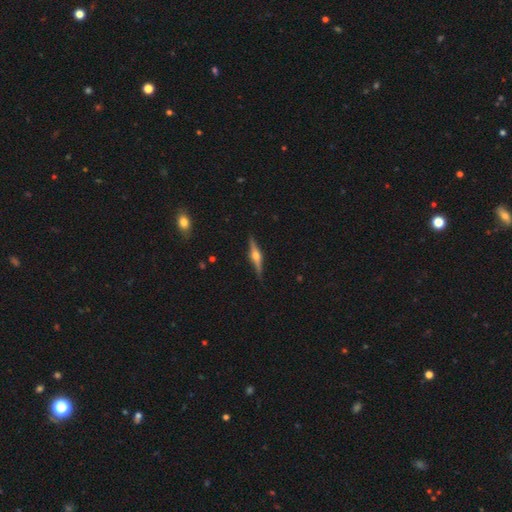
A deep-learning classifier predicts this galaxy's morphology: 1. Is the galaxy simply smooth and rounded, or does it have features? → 81% featured or disk, 14% smooth, 6% star or artifact.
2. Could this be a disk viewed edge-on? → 98% yes, 2% no.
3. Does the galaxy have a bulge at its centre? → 93% rounded, 5% boxy, 2% none.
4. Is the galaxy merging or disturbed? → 89% none, 8% minor disturbance, 2% major disturbance, 1% merger.